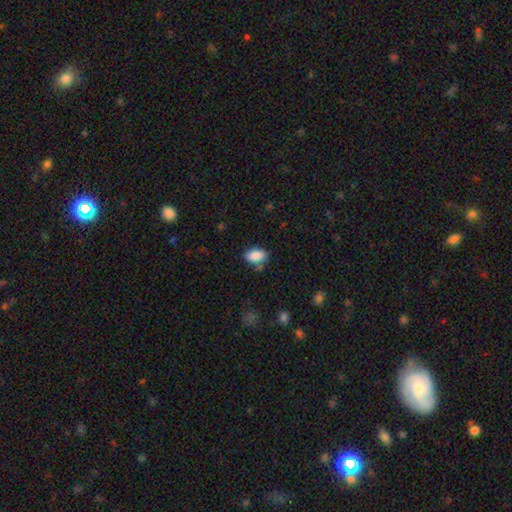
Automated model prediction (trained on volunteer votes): Overall: smooth (87%). How rounded: in between (90%). Merging: none (72%).